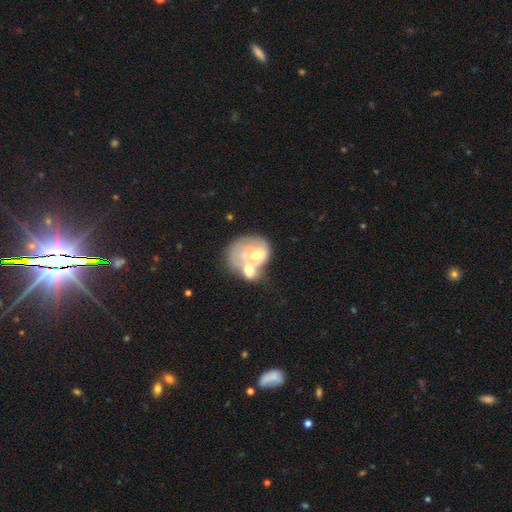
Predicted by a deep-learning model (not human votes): smooth-or-featured: featured or disk: 59% | smooth: 32% | star or artifact: 10%
  disk-edge-on: no: 98% | yes: 2%
    bar: no: 90% | weak: 8% | strong: 2%
    has-spiral-arms: no: 85% | yes: 15%
    bulge-size: moderate: 44% | small: 29% | none: 20% | large: 5% | dominant: 2%
  merging: merger: 57% | major disturbance: 16% | none: 16% | minor disturbance: 11%